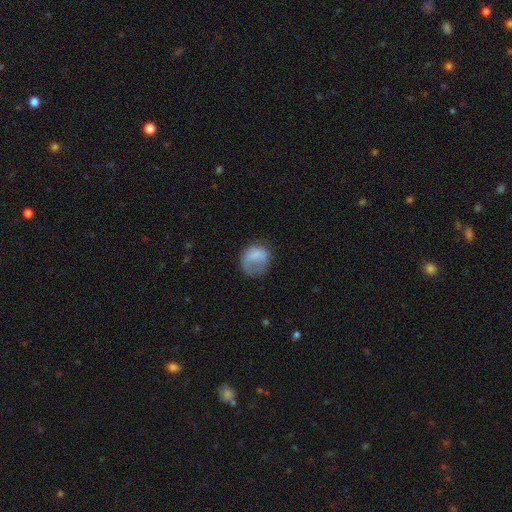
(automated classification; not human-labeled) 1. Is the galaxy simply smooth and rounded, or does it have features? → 71% smooth, 21% featured or disk, 8% star or artifact.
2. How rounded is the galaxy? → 62% round, 36% in between, 1% cigar-shaped.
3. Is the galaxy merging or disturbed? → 38% none, 35% major disturbance, 25% minor disturbance, 2% merger.